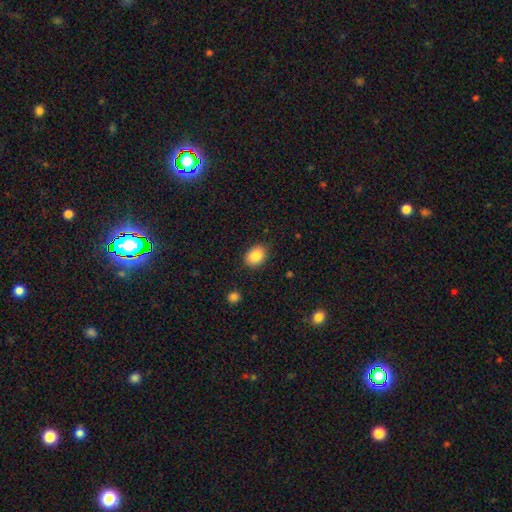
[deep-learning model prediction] Smooth or featured?
  - smooth: 87% *
  - star or artifact: 8%
  - featured or disk: 5%
How rounded?
  - in between: 64% *
  - round: 35%
  - cigar-shaped: 1%
Merging?
  - none: 87% *
  - minor disturbance: 9%
  - major disturbance: 3%
  - merger: 1%